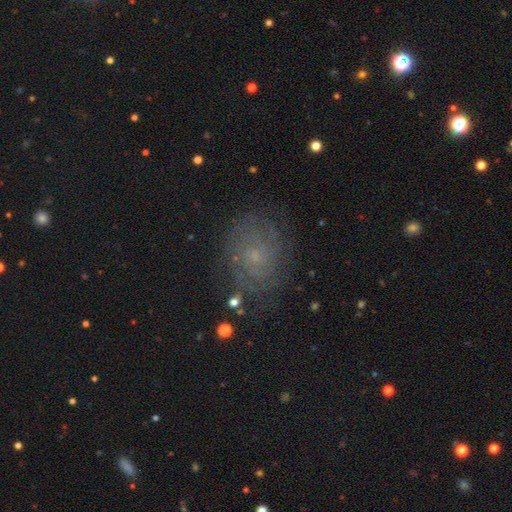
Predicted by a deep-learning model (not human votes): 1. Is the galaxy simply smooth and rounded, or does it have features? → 48% featured or disk, 30% smooth, 22% star or artifact.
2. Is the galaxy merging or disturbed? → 78% none, 14% minor disturbance, 6% major disturbance, 2% merger.